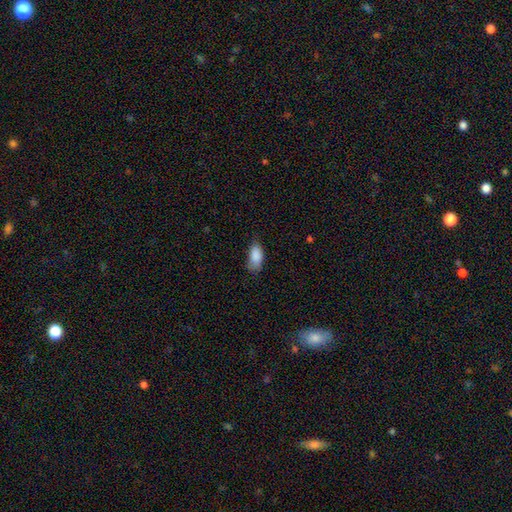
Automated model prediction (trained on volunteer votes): smooth_or_featured: smooth (p=0.87) [alt: star or artifact p=0.07]
how_rounded: in between (p=0.89) [alt: cigar-shaped p=0.08]
merging: none (p=0.65) [alt: minor disturbance p=0.28]